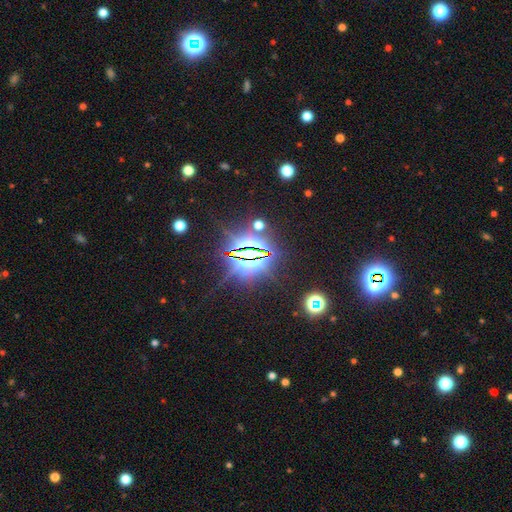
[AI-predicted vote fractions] Q: Smooth or featured?
A: star or artifact (84%); runner-up: featured or disk (8%)